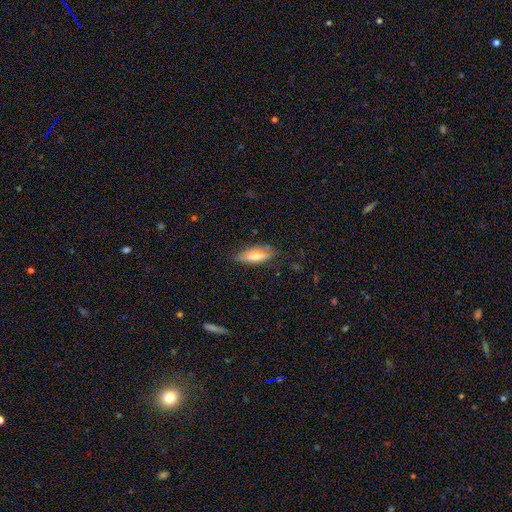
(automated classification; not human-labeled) smooth-or-featured: smooth: 65% | featured or disk: 28% | star or artifact: 7%
  how-rounded: in between: 60% | cigar-shaped: 38% | round: 2%
  merging: none: 75% | minor disturbance: 19% | major disturbance: 4% | merger: 2%